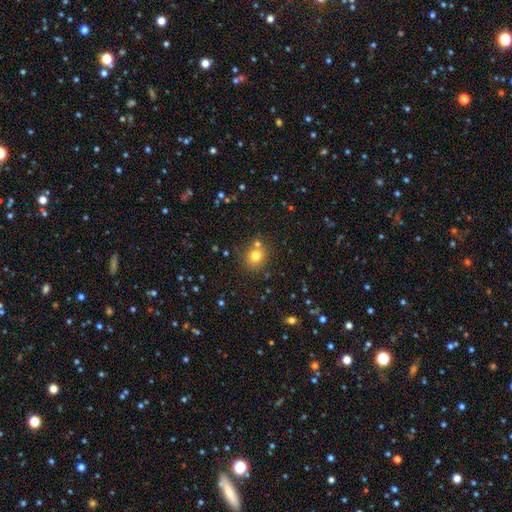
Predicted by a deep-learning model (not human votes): A smooth galaxy with no disk features (76%) that is round (83%). Merging: none (72%).